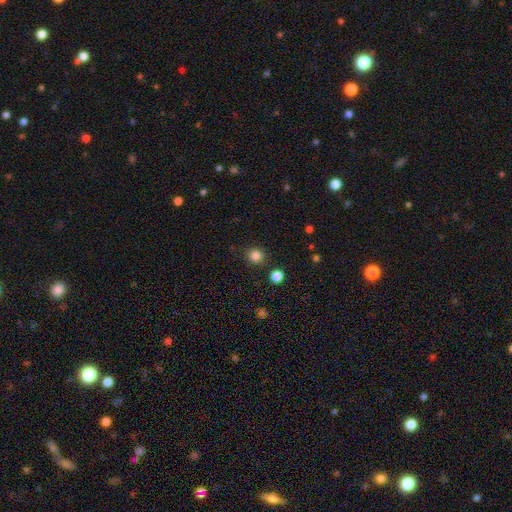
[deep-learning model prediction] The model was most divided on "smooth or featured": smooth: 83%, star or artifact: 13%, featured or disk: 4%. More confident: how rounded — round (90%); merging — none (87%).